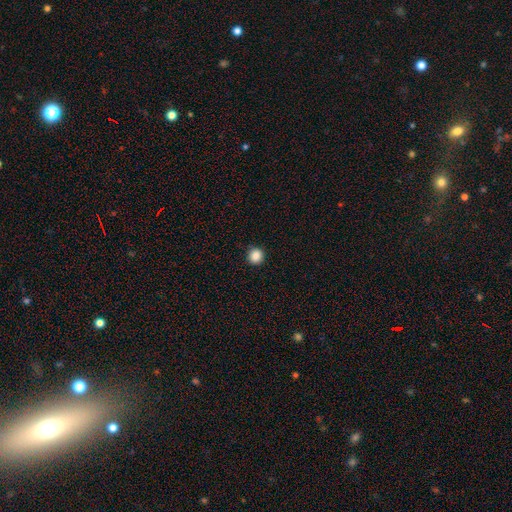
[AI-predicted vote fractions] Morphology: type=smooth (87%); roundness=round (93%); merging=none (91%).